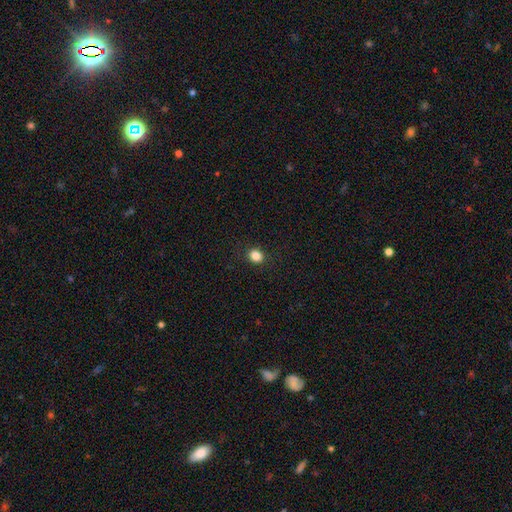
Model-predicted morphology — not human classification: Smooth or featured? smooth (85%)
How rounded? round (73%)
Merging? none (90%)